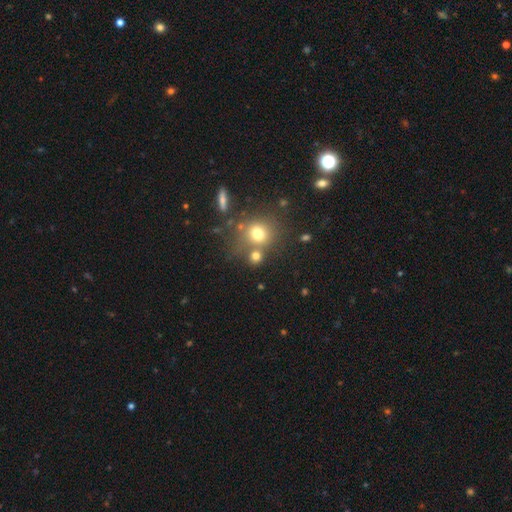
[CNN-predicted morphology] A smooth galaxy with no disk features (72%) that is round (80%). Merging: none (62%).